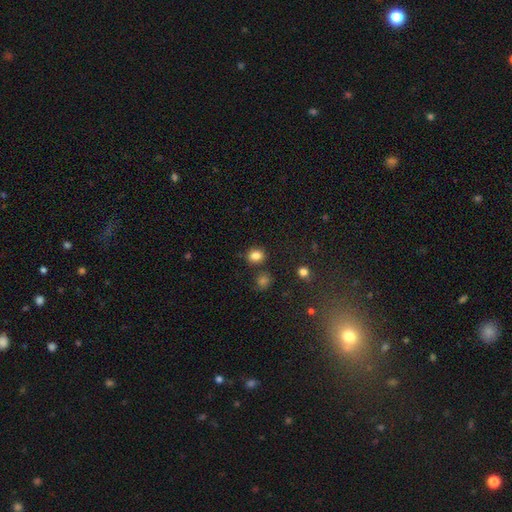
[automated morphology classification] Smooth or featured? Predicted: smooth (p=0.83). How rounded? Predicted: round (p=0.66). Merging? Predicted: none (p=0.81).